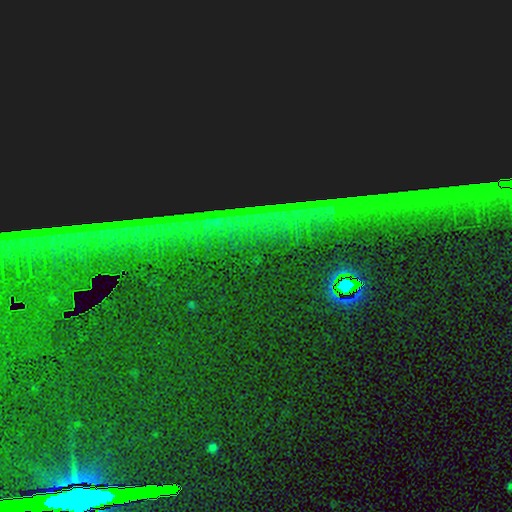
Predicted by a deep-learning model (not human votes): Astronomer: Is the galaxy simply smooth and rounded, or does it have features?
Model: star or artifact — 85%.